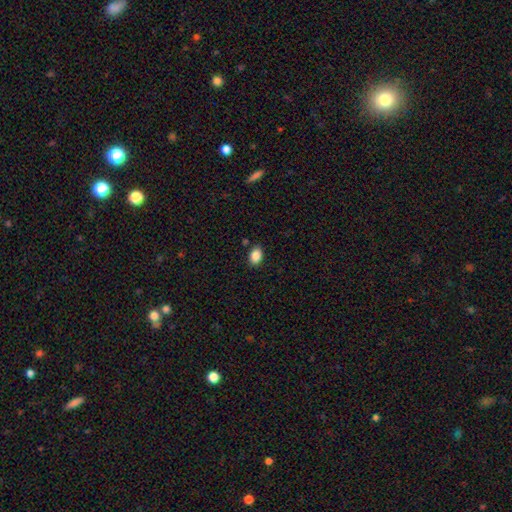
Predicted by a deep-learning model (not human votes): Smooth or featured? smooth (87%)
How rounded? in between (81%)
Merging? none (84%)